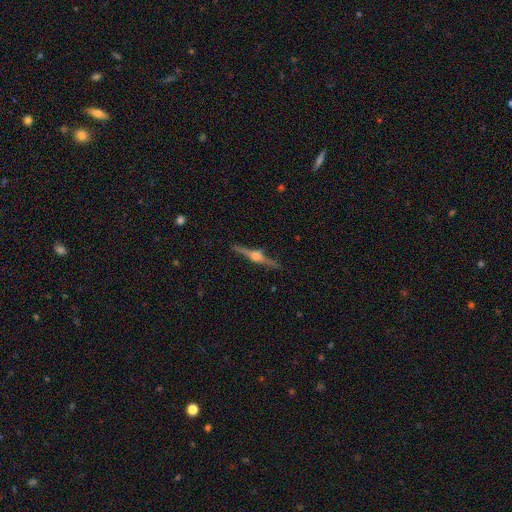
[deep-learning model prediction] smooth_or_featured: featured or disk (p=0.84) [alt: smooth p=0.09]
disk_edge_on: yes (p=0.98) [alt: no p=0.02]
edge_on_bulge: rounded (p=0.92) [alt: boxy p=0.06]
merging: none (p=0.90) [alt: minor disturbance p=0.07]